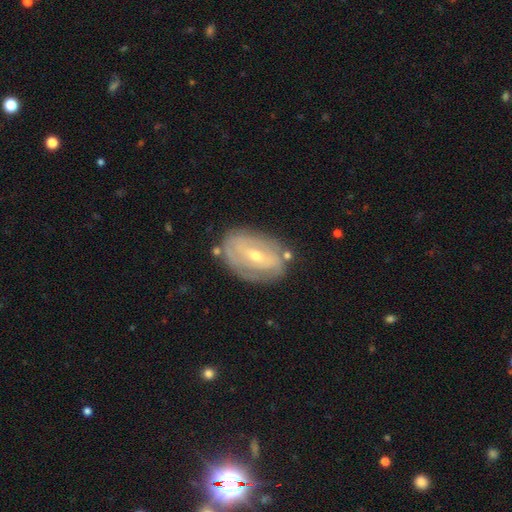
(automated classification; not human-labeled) Q: Smooth or featured?
A: featured or disk (76%); runner-up: smooth (18%)
Q: Edge-on disk?
A: no (94%); runner-up: yes (6%)
Q: Bar?
A: weak (45%); runner-up: no (31%)
Q: Spiral arms?
A: yes (76%); runner-up: no (24%)
Q: Spiral winding?
A: tight (65%); runner-up: medium (25%)
Q: Spiral arm count?
A: can't tell (41%); runner-up: 2 (38%)
Q: Bulge size?
A: small (50%); runner-up: moderate (47%)
Q: Merging?
A: none (72%); runner-up: minor disturbance (19%)